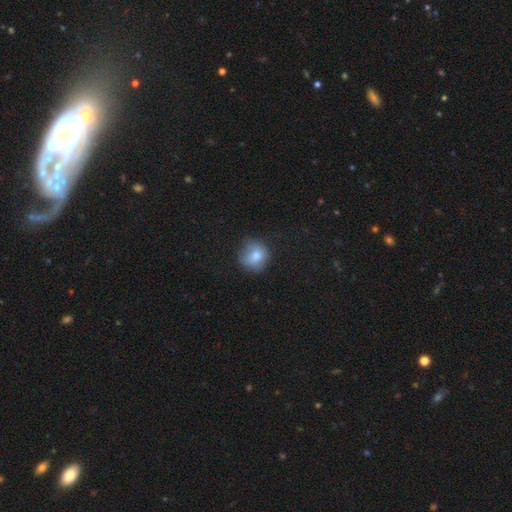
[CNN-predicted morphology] This appears to be a smooth galaxy with no disk features (78%) that is round (84%). Merging: none (65%).